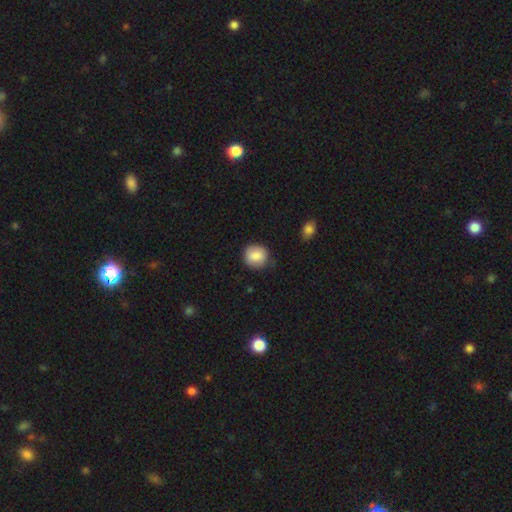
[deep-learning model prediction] The model was most divided on "merging": none: 79%, minor disturbance: 16%, major disturbance: 3%, merger: 1%. More confident: how rounded — round (88%); smooth or featured — smooth (85%).